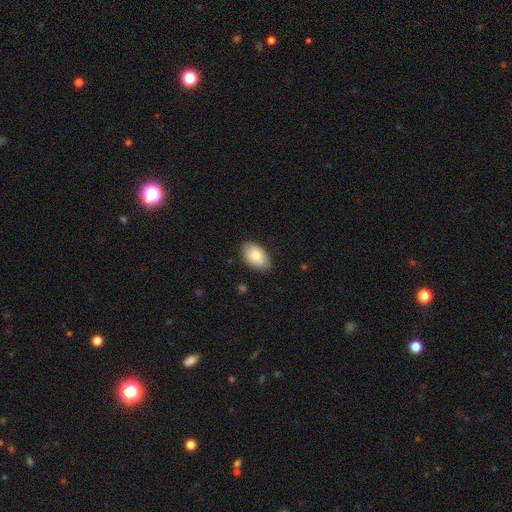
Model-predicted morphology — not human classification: A smooth galaxy with no disk features (77%) that is in between round and cigar-shaped (92%). Merging: none (80%).